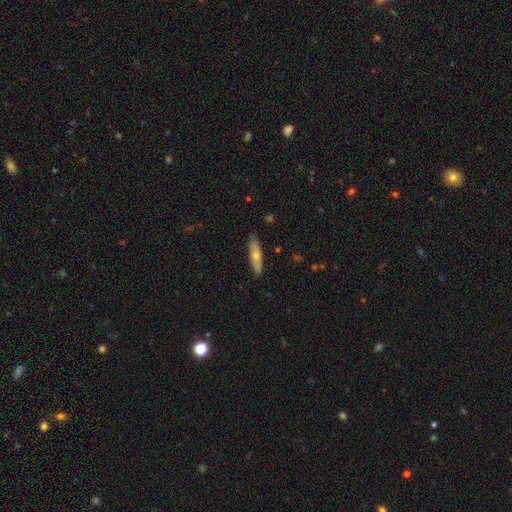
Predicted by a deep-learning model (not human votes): Smooth or featured? Predicted: smooth (p=0.53). How rounded? Predicted: cigar-shaped (p=0.74). Merging? Predicted: none (p=0.87).